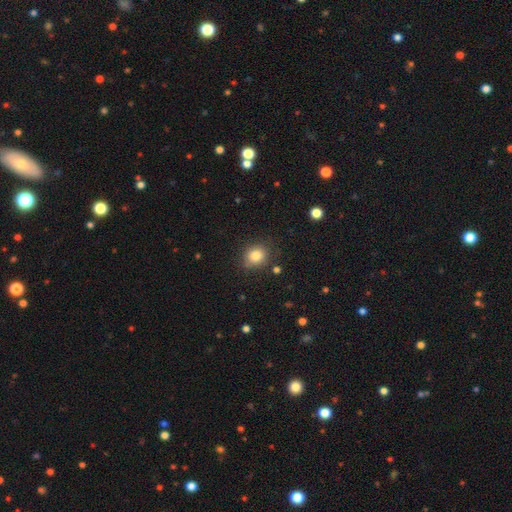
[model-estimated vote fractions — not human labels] This appears to be a smooth galaxy with no disk features (83%) that is round (68%). Merging: none (81%).